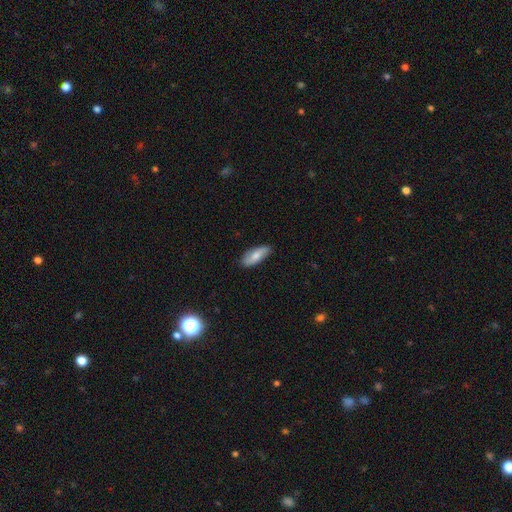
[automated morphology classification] Smooth or featured?
  - smooth: 68% *
  - featured or disk: 26%
  - star or artifact: 6%
How rounded?
  - in between: 75% *
  - cigar-shaped: 22%
  - round: 3%
Merging?
  - none: 84% *
  - minor disturbance: 13%
  - major disturbance: 2%
  - merger: 1%